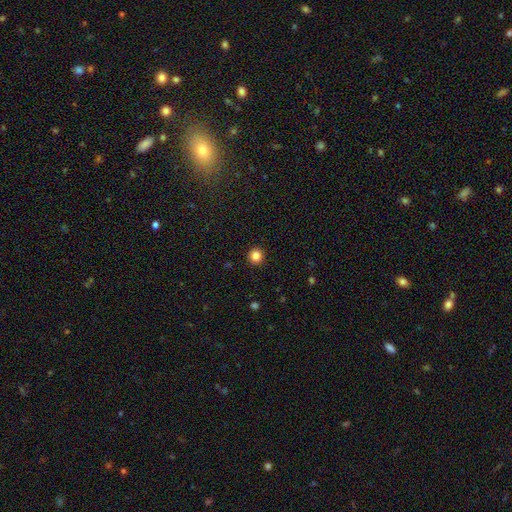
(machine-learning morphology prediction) smooth-or-featured: smooth: 85% | star or artifact: 12% | featured or disk: 4%
  how-rounded: round: 94% | in between: 5% | cigar-shaped: 1%
  merging: none: 93% | minor disturbance: 4% | major disturbance: 2% | merger: 1%